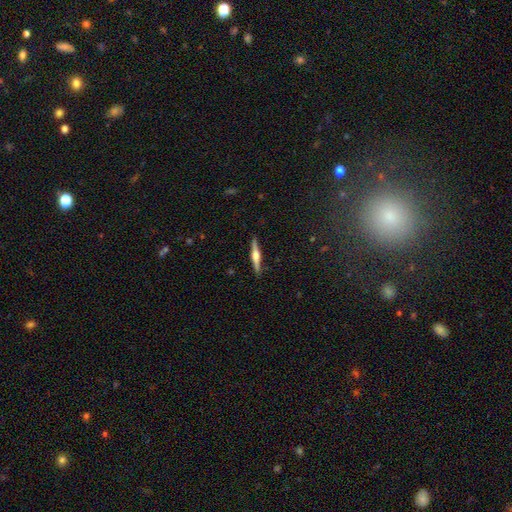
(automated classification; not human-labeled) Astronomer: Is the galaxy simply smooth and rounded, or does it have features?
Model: featured or disk — 72%.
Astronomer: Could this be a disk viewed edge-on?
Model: yes — 98%.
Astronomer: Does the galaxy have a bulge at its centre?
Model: rounded — 87%.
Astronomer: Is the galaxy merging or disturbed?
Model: none — 91%.